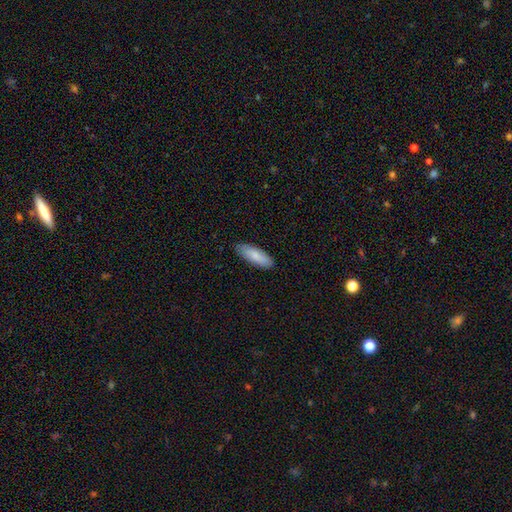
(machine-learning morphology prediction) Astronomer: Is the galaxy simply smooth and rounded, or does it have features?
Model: smooth — 84%.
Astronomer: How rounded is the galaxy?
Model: in between — 62%.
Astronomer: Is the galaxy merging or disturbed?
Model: none — 86%.